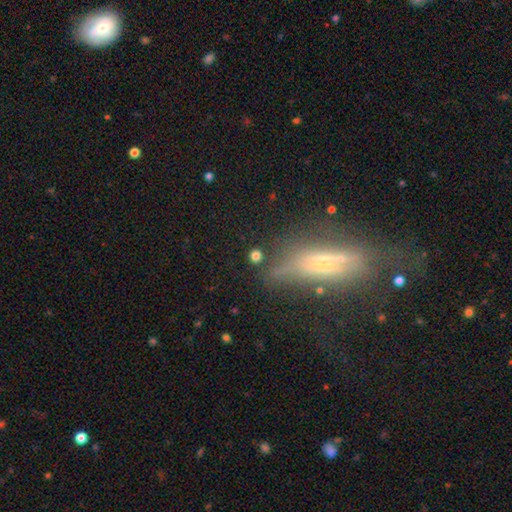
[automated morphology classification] Smooth or featured: smooth — 77% (star or artifact — 16%)
How rounded: round — 86% (in between — 12%)
Merging: none — 82% (minor disturbance — 8%)